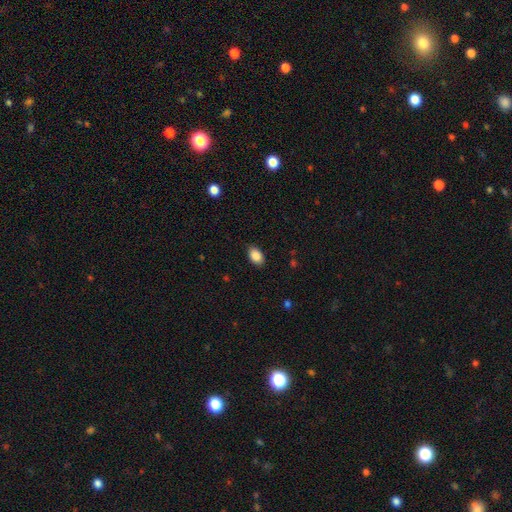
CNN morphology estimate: This is clearly a smooth galaxy (88%). How rounded: clearly in between (87%). Merging: clearly none (86%).